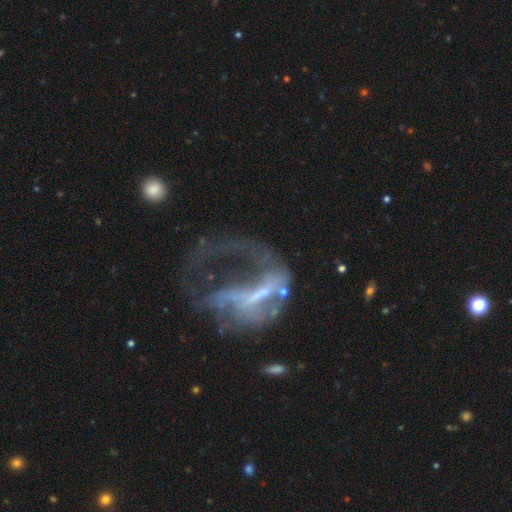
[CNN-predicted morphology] featured or disk 70%, smooth 15%, star or artifact 14%. Down the decision tree: edge-on disk — no (96%); bar — no (43%); spiral arms — no (51%); bulge size — none (48%); merging — major disturbance (58%).